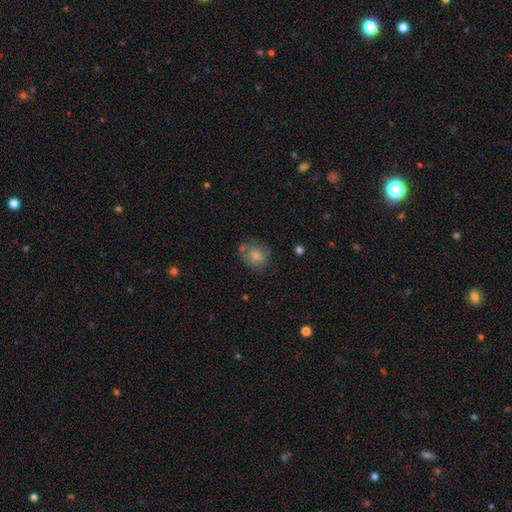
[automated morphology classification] smooth-or-featured: smooth: 77% | featured or disk: 15% | star or artifact: 8%
  how-rounded: round: 68% | in between: 31% | cigar-shaped: 1%
  merging: none: 61% | minor disturbance: 22% | merger: 9% | major disturbance: 7%